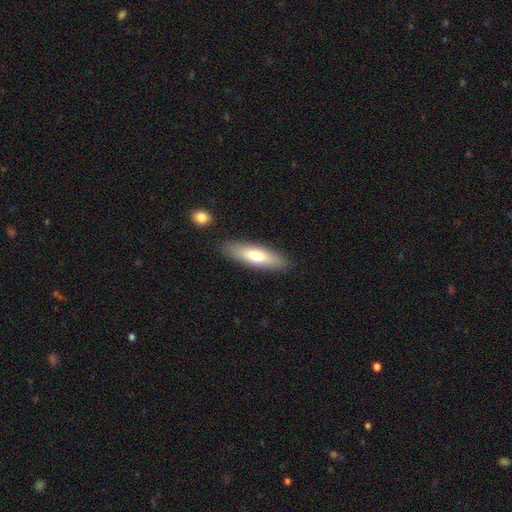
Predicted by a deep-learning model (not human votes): Overall: smooth (71%). How rounded: cigar-shaped (57%; in between 41%). Merging: none (86%).